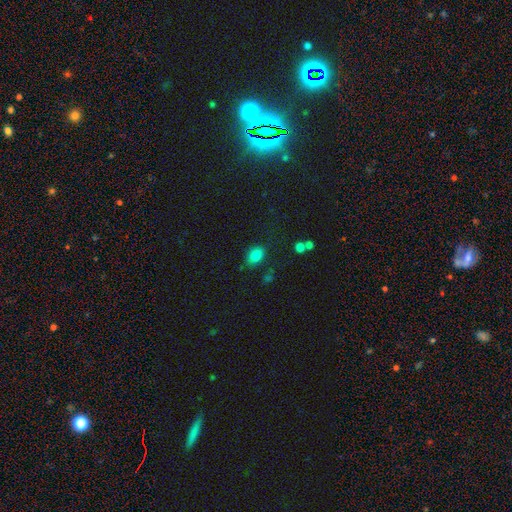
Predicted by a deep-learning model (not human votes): This appears to be a smooth galaxy with no disk features (84%) that is in between round and cigar-shaped (76%). Merging: none (78%).